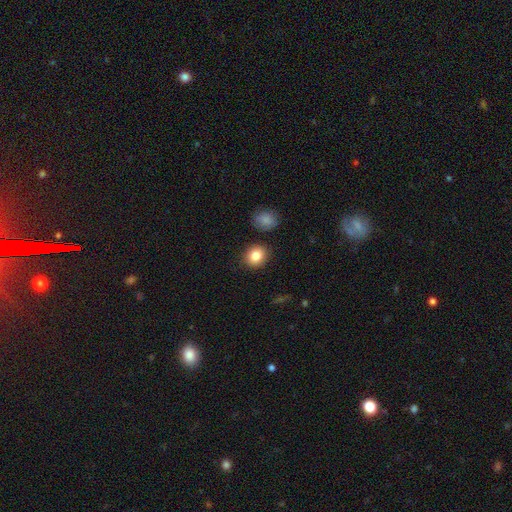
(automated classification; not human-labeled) A smooth galaxy with no disk features (85%) that is round (70%). Merging: none (86%).